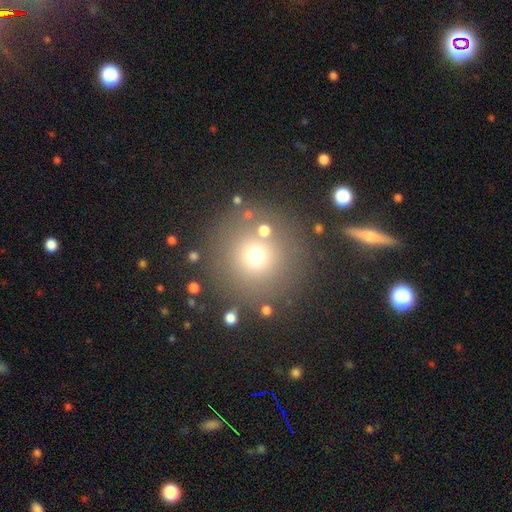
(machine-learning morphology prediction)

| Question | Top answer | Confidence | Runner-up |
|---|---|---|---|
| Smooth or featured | smooth | 69% | star or artifact (19%) |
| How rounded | round | 95% | in between (4%) |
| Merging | none | 81% | minor disturbance (8%) |